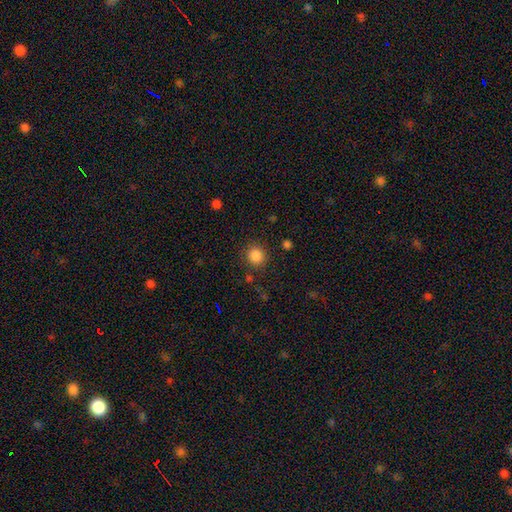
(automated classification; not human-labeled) A smooth galaxy with no disk features (85%) that is round (90%).

Vote fractions:
- Smooth or featured? smooth: 85% / star or artifact: 11% / featured or disk: 4%
- How rounded? round: 90% / in between: 9% / cigar-shaped: 1%
- Merging? none: 86% / minor disturbance: 8% / major disturbance: 3% / merger: 2%